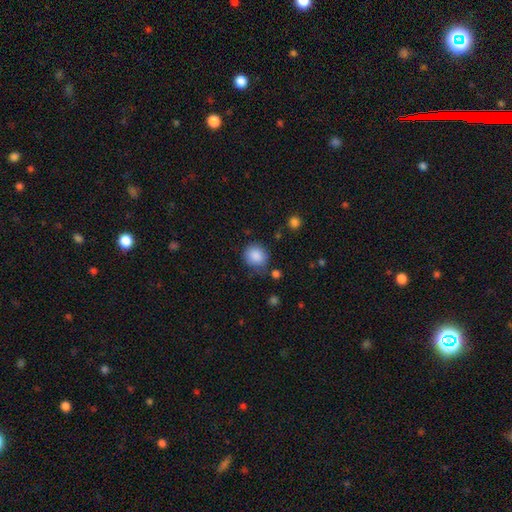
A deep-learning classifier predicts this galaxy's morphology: type=smooth (87%); roundness=round (81%); merging=none (73%).